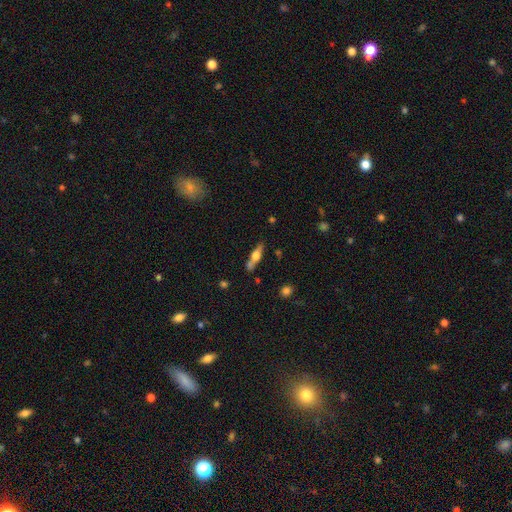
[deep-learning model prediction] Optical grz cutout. It shows a featured or disk galaxy (52%) viewed edge-on (91%). Merging: none (71%).